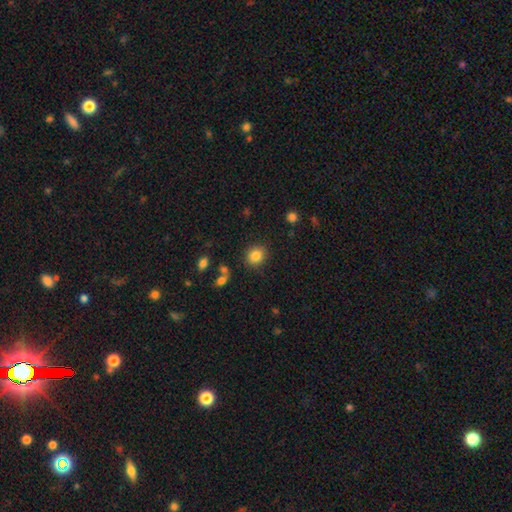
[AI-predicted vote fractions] Smooth or featured?
  - smooth: 84% *
  - star or artifact: 10%
  - featured or disk: 6%
How rounded?
  - round: 79% *
  - in between: 21%
  - cigar-shaped: 1%
Merging?
  - none: 87% *
  - minor disturbance: 8%
  - major disturbance: 3%
  - merger: 3%